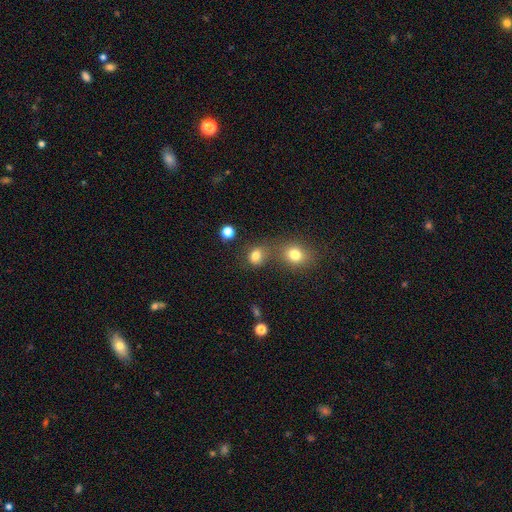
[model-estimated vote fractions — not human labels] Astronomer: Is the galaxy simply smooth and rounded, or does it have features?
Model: smooth — 79%.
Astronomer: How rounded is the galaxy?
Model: round — 63%.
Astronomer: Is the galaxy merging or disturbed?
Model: none — 53% (runner-up: merger, 31%).